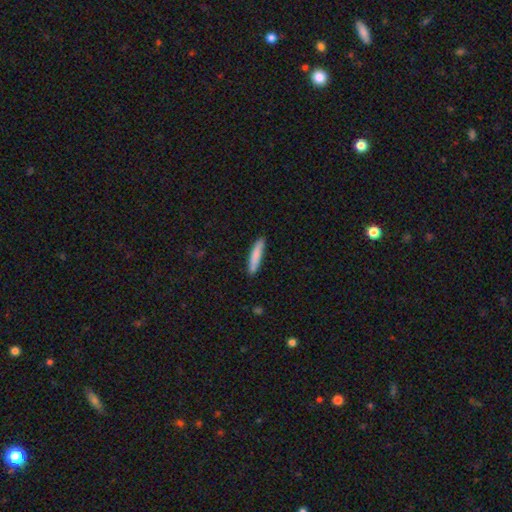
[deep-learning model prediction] A smooth galaxy with no disk features (81%) that is cigar-shaped (90%).

Vote fractions:
- Smooth or featured? smooth: 81% / featured or disk: 13% / star or artifact: 5%
- How rounded? cigar-shaped: 90% / in between: 9% / round: 1%
- Merging? none: 87% / minor disturbance: 10% / major disturbance: 2% / merger: 1%